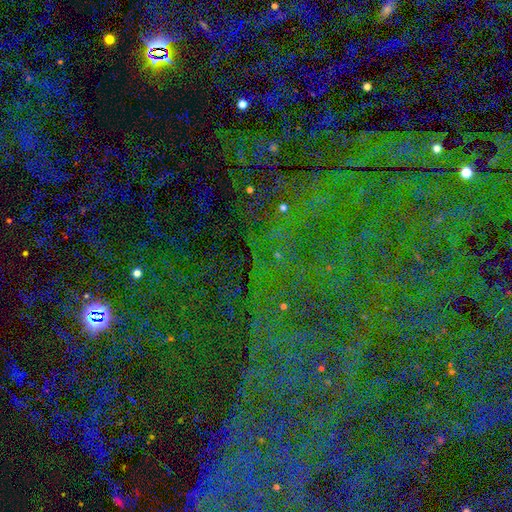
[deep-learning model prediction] A star or artifact, not a galaxy (84%).